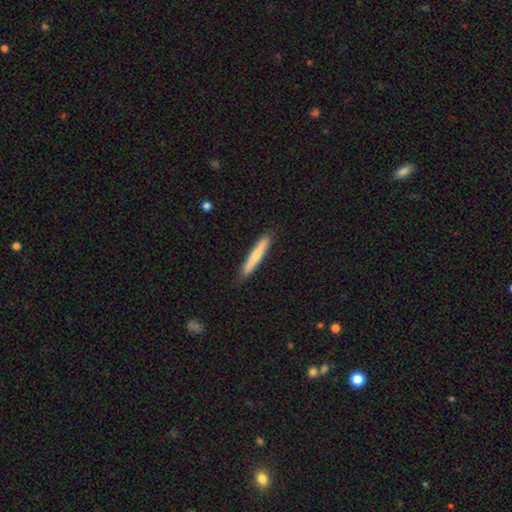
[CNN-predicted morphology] type=smooth (70%); roundness=cigar-shaped (95%); merging=none (89%).